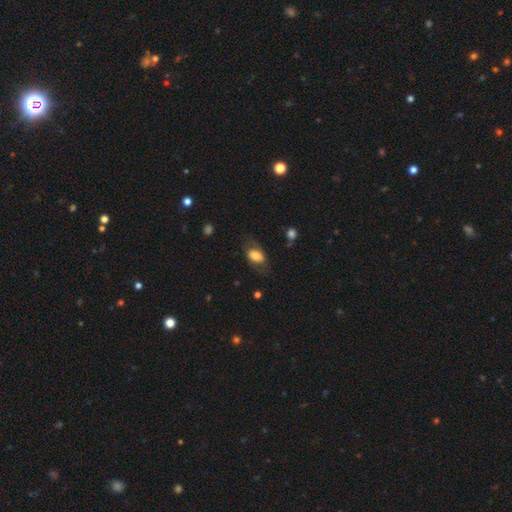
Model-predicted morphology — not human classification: Overall: smooth (74%). How rounded: in between (87%). Merging: none (65%).